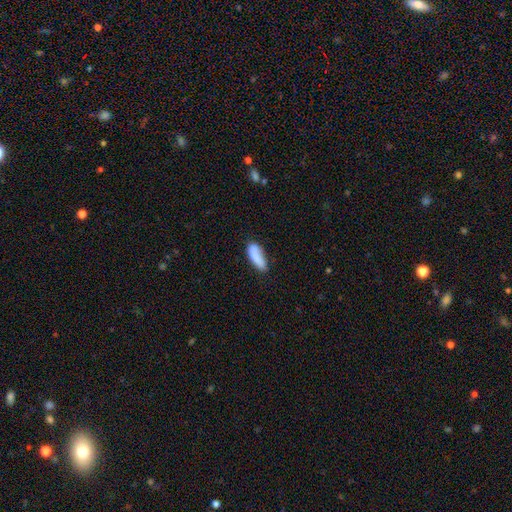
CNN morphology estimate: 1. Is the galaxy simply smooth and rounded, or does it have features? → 78% smooth, 15% featured or disk, 7% star or artifact.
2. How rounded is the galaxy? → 65% in between, 33% cigar-shaped, 2% round.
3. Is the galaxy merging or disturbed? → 60% none, 27% minor disturbance, 8% major disturbance, 5% merger.